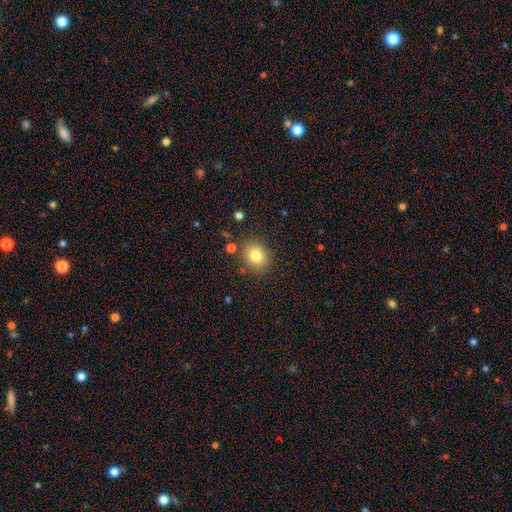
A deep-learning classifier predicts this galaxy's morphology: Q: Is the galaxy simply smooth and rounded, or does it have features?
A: smooth — 79%.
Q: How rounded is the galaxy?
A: round — 60%.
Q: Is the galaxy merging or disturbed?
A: none — 82%.